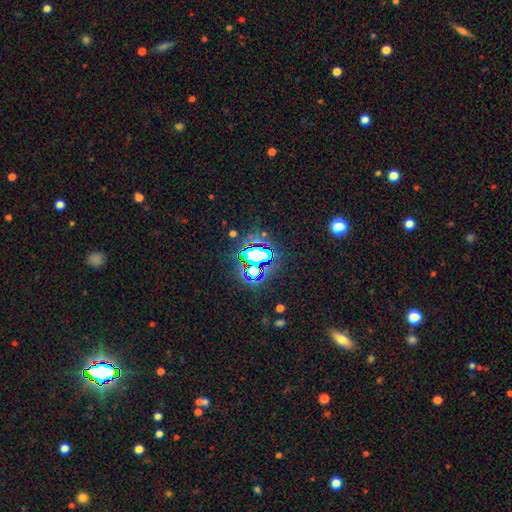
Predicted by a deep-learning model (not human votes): Smooth or featured? star or artifact (68%)